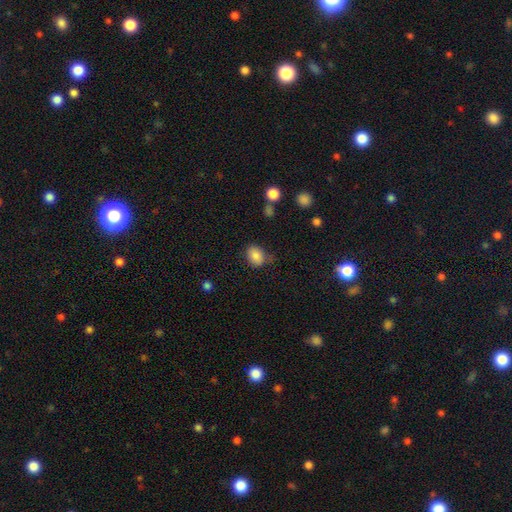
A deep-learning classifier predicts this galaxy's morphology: Smooth or featured? smooth (85%)
How rounded? in between (63%)
Merging? none (67%)